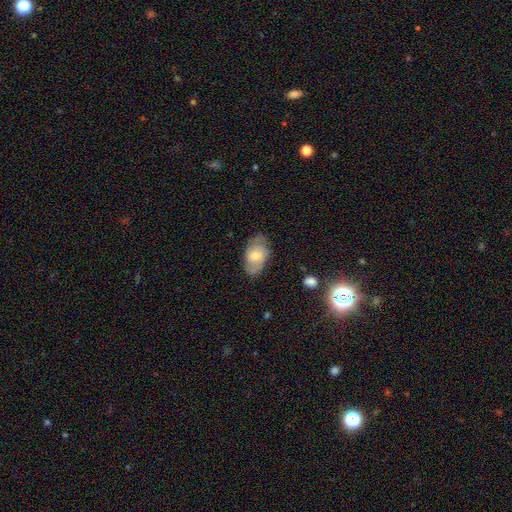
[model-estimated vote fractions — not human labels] Smooth or featured: smooth — 57% (featured or disk — 36%)
How rounded: in between — 90% (round — 8%)
Merging: none — 74% (minor disturbance — 20%)